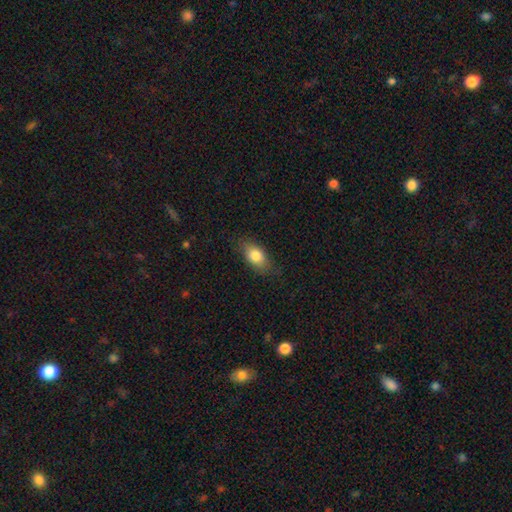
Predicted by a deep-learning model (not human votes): smooth-or-featured: smooth: 80% | featured or disk: 12% | star or artifact: 8%
  how-rounded: in between: 85% | round: 9% | cigar-shaped: 5%
  merging: none: 78% | minor disturbance: 17% | major disturbance: 4% | merger: 1%